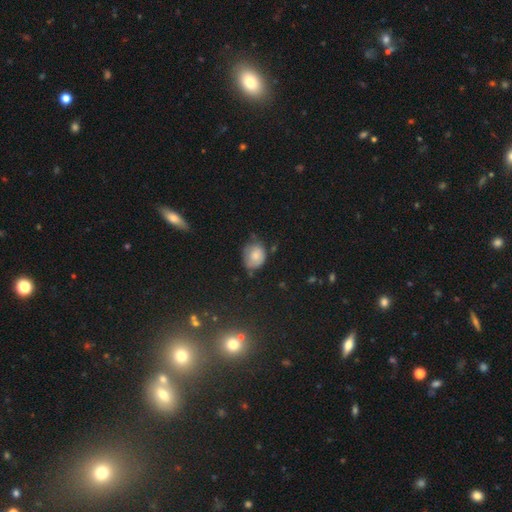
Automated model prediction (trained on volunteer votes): The model was most divided on "how rounded": round: 54%, in between: 45%, cigar-shaped: 1%. More confident: smooth or featured — smooth (76%); merging — none (50%).